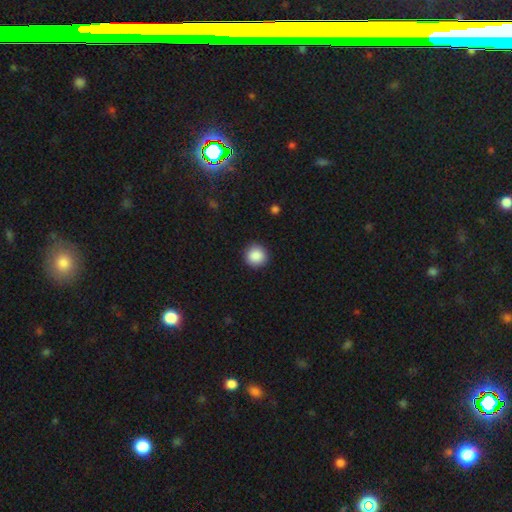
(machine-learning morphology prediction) type=smooth (89%); roundness=round (95%); merging=none (92%).